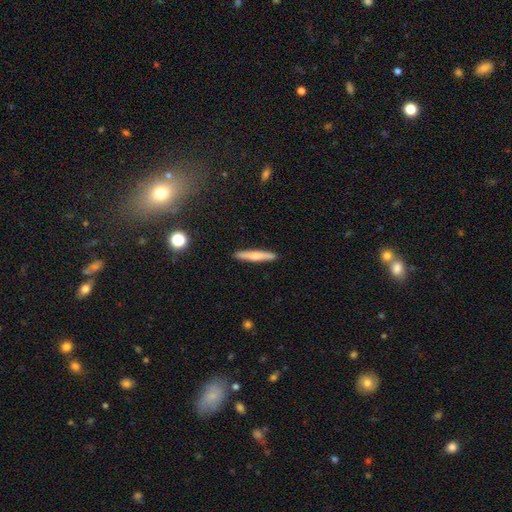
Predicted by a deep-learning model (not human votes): smooth_or_featured: smooth (p=0.61) [alt: featured or disk p=0.33]
how_rounded: cigar-shaped (p=0.94) [alt: in between p=0.04]
merging: none (p=0.91) [alt: minor disturbance p=0.06]